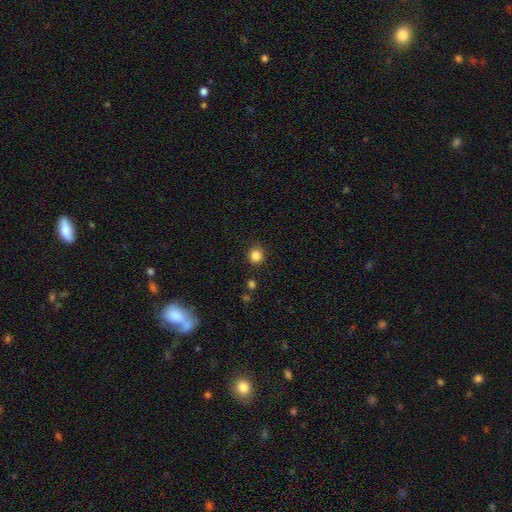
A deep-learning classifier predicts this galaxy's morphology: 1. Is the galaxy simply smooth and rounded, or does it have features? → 85% smooth, 12% star or artifact, 4% featured or disk.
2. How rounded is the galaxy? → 92% round, 7% in between, 1% cigar-shaped.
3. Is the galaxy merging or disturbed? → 89% none, 7% minor disturbance, 2% major disturbance, 2% merger.